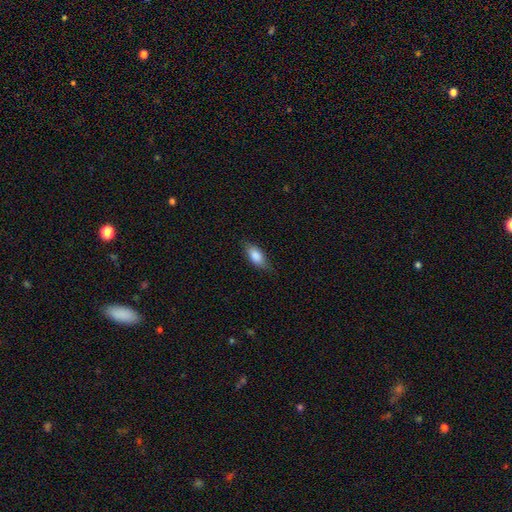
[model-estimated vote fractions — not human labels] Overall: smooth (82%). How rounded: in between (83%). Merging: none (75%).